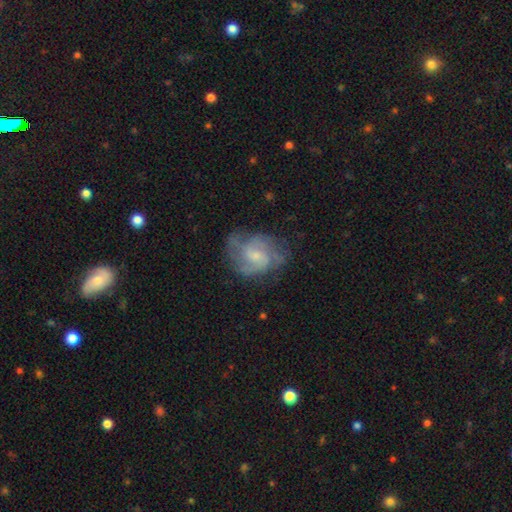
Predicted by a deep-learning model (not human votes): Q: Smooth or featured?
A: featured or disk (75%); runner-up: smooth (18%)
Q: Edge-on disk?
A: no (98%); runner-up: yes (2%)
Q: Bar?
A: no (50%); runner-up: weak (44%)
Q: Spiral arms?
A: yes (89%); runner-up: no (11%)
Q: Spiral winding?
A: medium (50%); runner-up: tight (30%)
Q: Spiral arm count?
A: 2 (33%); runner-up: 3 (26%)
Q: Bulge size?
A: small (51%); runner-up: moderate (35%)
Q: Merging?
A: none (61%); runner-up: minor disturbance (23%)